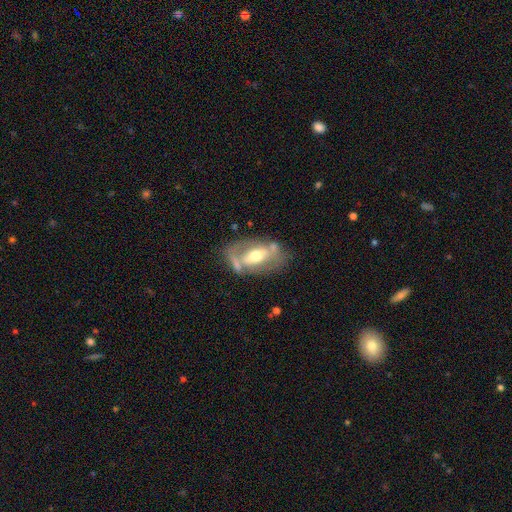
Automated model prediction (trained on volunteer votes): This is likely a featured or disk galaxy (64%). It is clearly not viewed edge-on (89%). Bar: marginally no (39%). Spiral arm pattern: possibly no (57%). Central bulge: likely moderate (67%). Merging: possibly none (52%).